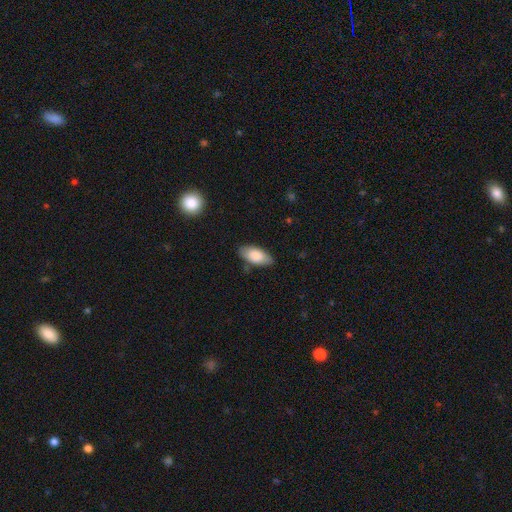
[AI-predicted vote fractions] smooth 83%, featured or disk 11%, star or artifact 6%. Down the decision tree: how rounded — in between (90%); merging — none (78%).